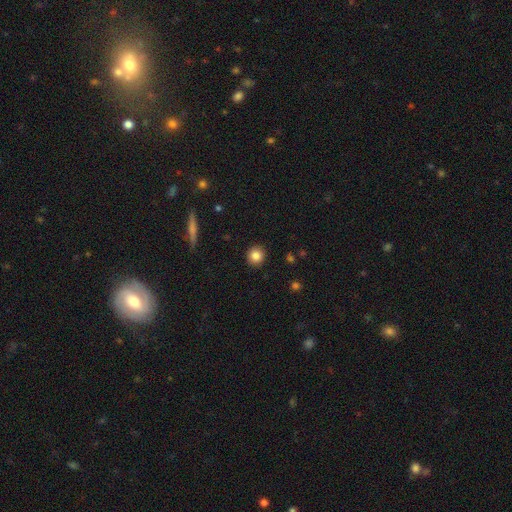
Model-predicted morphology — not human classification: A smooth galaxy with no disk features (84%) that is round (90%).

Vote fractions:
- Smooth or featured? smooth: 84% / star or artifact: 10% / featured or disk: 6%
- How rounded? round: 90% / in between: 8% / cigar-shaped: 1%
- Merging? none: 92% / minor disturbance: 5% / major disturbance: 2% / merger: 1%